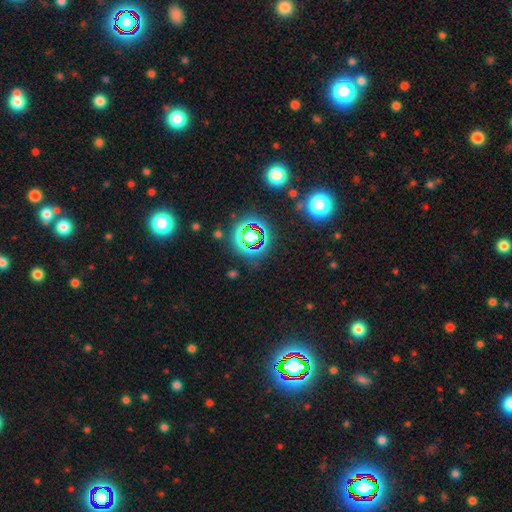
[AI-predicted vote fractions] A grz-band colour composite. It shows a star or artifact, not a galaxy (75%).